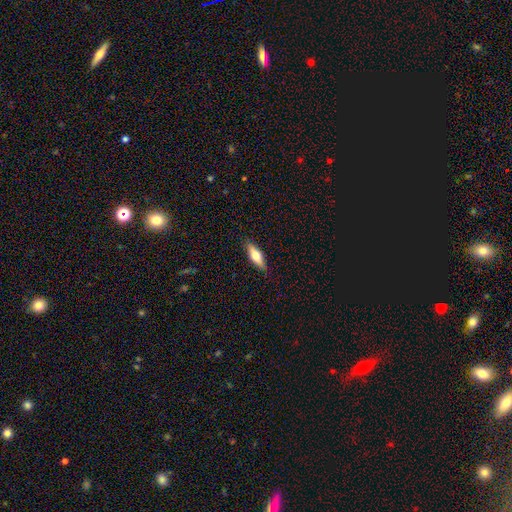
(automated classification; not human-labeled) Smooth or featured: smooth — 62% (featured or disk — 32%)
How rounded: in between — 55% (cigar-shaped — 43%)
Merging: none — 87% (minor disturbance — 10%)